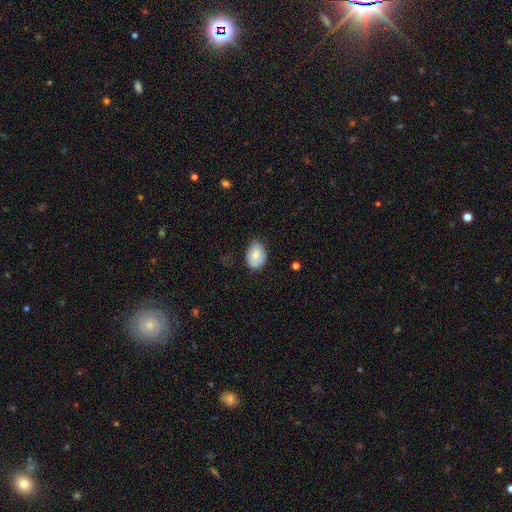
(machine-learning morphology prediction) A smooth galaxy with no disk features (80%) that is in between round and cigar-shaped (77%). Merging: none (68%).